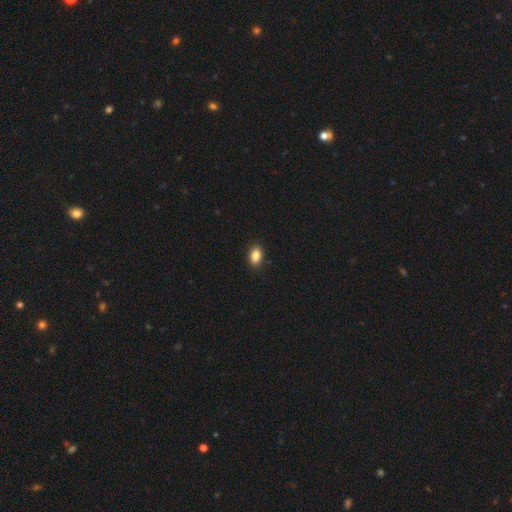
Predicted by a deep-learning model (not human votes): This is clearly a smooth galaxy (87%). How rounded: clearly in between (85%). Merging: clearly none (89%).